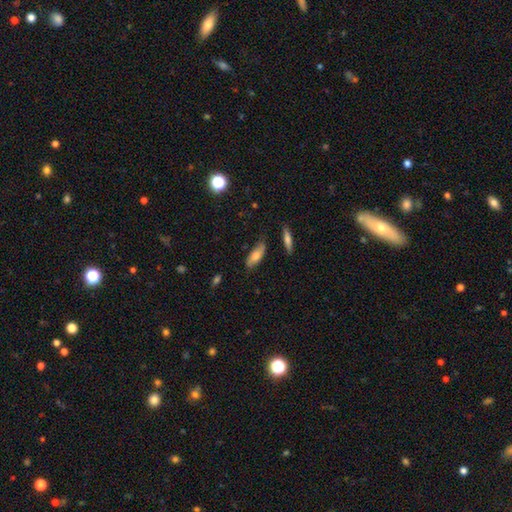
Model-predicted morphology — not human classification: A smooth galaxy with no disk features (69%) that is in between round and cigar-shaped (64%). Merging: none (74%).